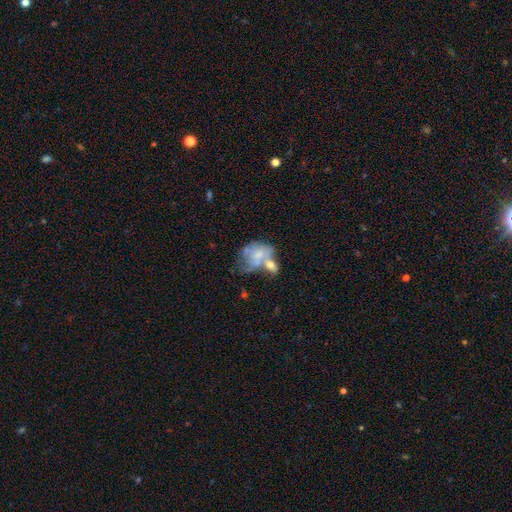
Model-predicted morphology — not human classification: Smooth or featured? Predicted: smooth (p=0.48). Merging? Predicted: merger (p=0.49).